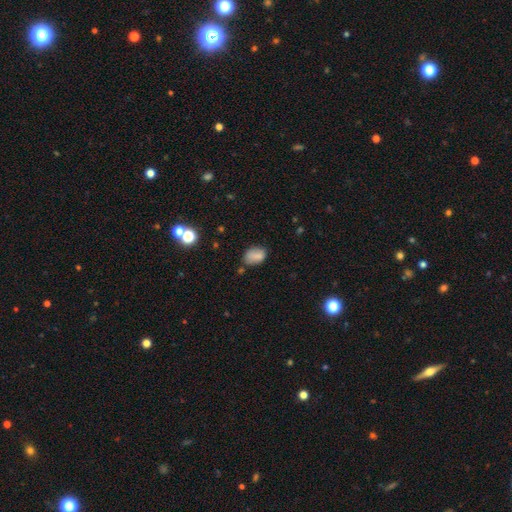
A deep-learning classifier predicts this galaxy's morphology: smooth_or_featured: smooth (p=0.80) [alt: star or artifact p=0.11]
how_rounded: in between (p=0.81) [alt: round p=0.17]
merging: none (p=0.66) [alt: minor disturbance p=0.23]